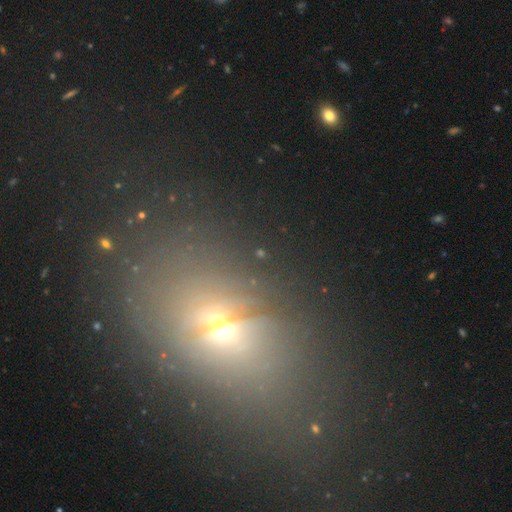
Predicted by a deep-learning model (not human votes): Overall: smooth (37%; star or artifact 36%). Merging: none (66%).